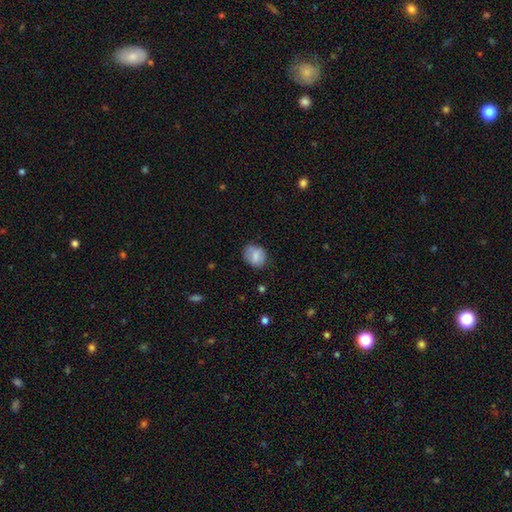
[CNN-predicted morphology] smooth_or_featured: smooth (p=0.78) [alt: featured or disk p=0.14]
how_rounded: round (p=0.51) [alt: in between p=0.48]
merging: none (p=0.71) [alt: minor disturbance p=0.22]